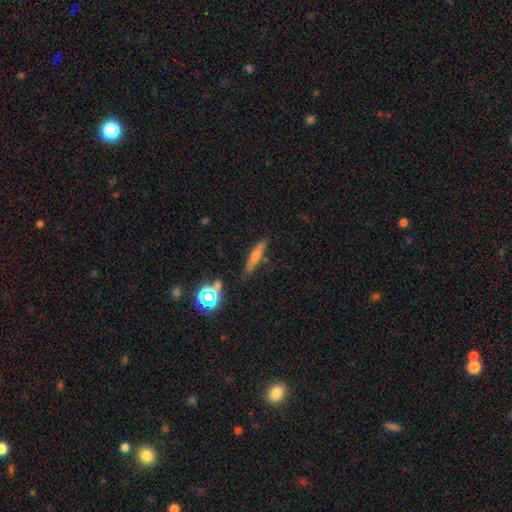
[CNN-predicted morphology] Smooth or featured: smooth — 50% (featured or disk — 35%)
Merging: none — 78% (minor disturbance — 14%)